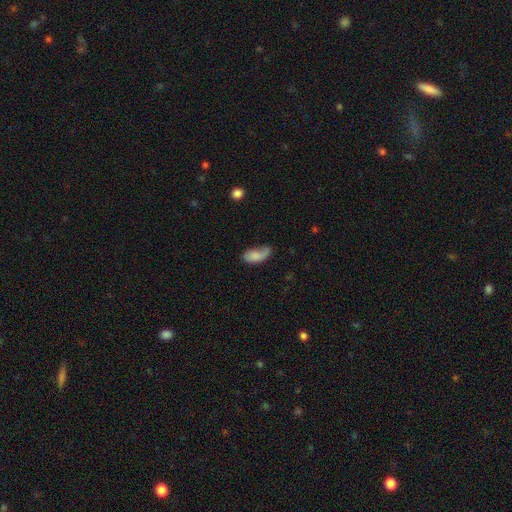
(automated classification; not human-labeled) A smooth galaxy with no disk features (75%) that is in between round and cigar-shaped (90%).

Vote fractions:
- Smooth or featured? smooth: 75% / featured or disk: 18% / star or artifact: 7%
- How rounded? in between: 90% / cigar-shaped: 7% / round: 3%
- Merging? none: 43% / minor disturbance: 33% / major disturbance: 19% / merger: 5%